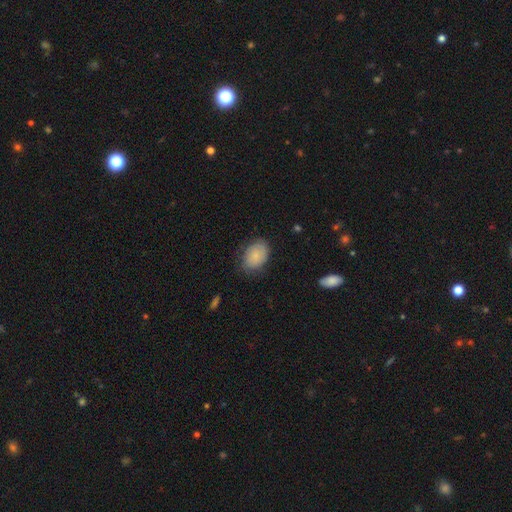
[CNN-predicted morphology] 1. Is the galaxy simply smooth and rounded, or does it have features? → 80% smooth, 13% featured or disk, 7% star or artifact.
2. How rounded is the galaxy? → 82% in between, 17% round, 1% cigar-shaped.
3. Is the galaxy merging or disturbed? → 74% none, 20% minor disturbance, 5% major disturbance, 1% merger.